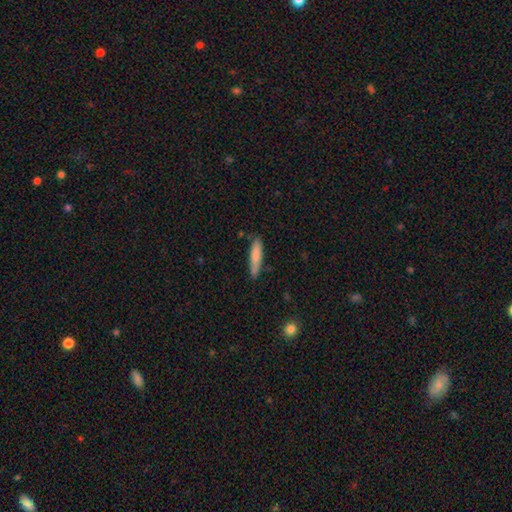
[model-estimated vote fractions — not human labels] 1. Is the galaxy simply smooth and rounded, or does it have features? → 80% smooth, 14% featured or disk, 6% star or artifact.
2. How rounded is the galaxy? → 84% cigar-shaped, 15% in between, 1% round.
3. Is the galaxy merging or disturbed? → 78% none, 17% minor disturbance, 3% major disturbance, 3% merger.